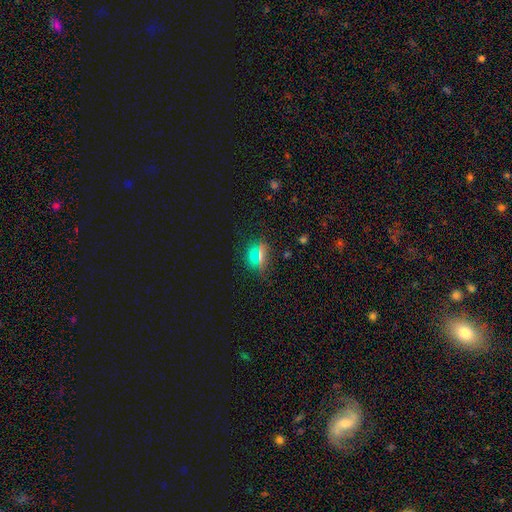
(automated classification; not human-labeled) smooth_or_featured: smooth (p=0.58) [alt: star or artifact p=0.32]
how_rounded: round (p=0.58) [alt: in between p=0.35]
merging: none (p=0.84) [alt: minor disturbance p=0.10]